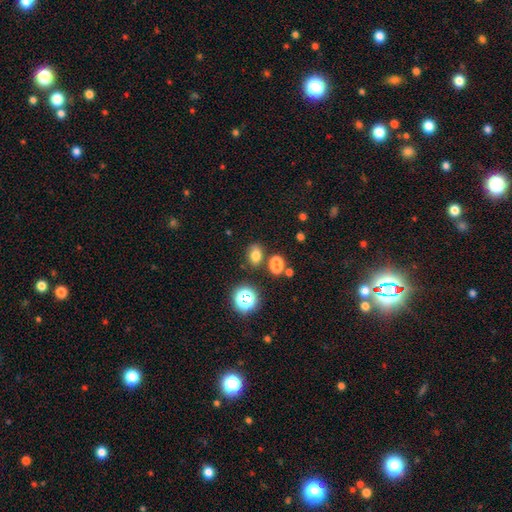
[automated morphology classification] Overall: smooth (73%). How rounded: in between (70%). Merging: none (74%).